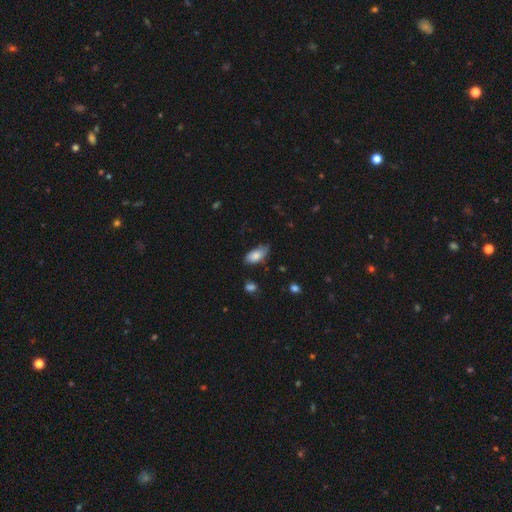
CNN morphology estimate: This is clearly a smooth galaxy (80%). How rounded: clearly in between (91%). Merging: possibly none (59%).